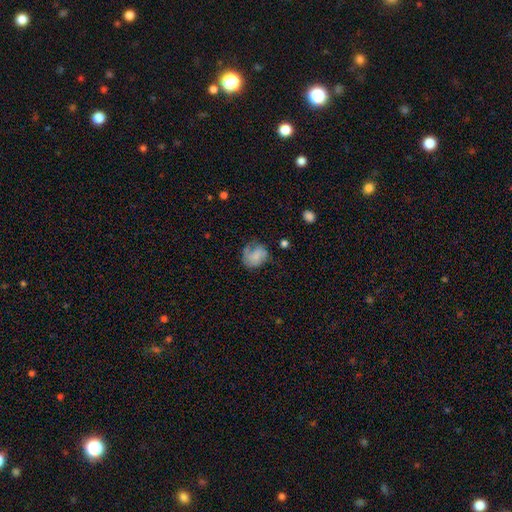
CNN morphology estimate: Q: Smooth or featured?
A: smooth (61%); runner-up: featured or disk (30%)
Q: How rounded?
A: round (56%); runner-up: in between (43%)
Q: Merging?
A: none (45%); runner-up: minor disturbance (29%)